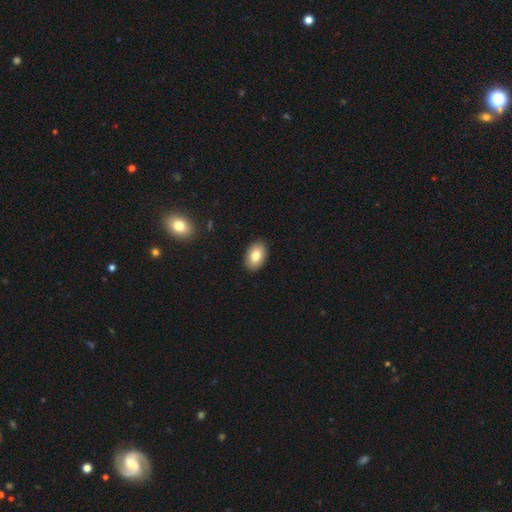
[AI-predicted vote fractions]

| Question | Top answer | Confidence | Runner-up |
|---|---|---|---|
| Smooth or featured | smooth | 81% | featured or disk (11%) |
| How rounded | in between | 89% | round (9%) |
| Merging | none | 90% | minor disturbance (7%) |